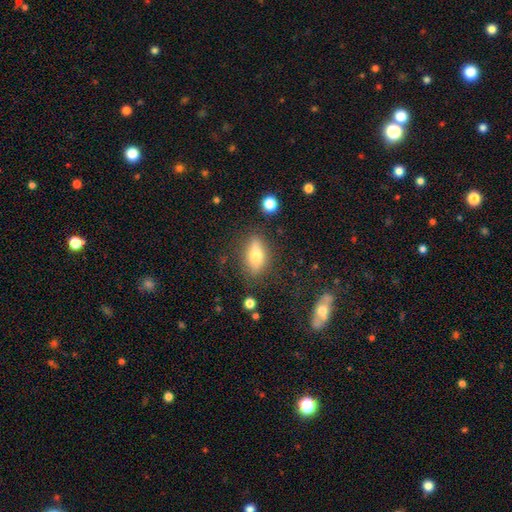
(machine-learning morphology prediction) This is likely a smooth galaxy (60%). How rounded: likely in between (77%). Merging: likely none (79%).